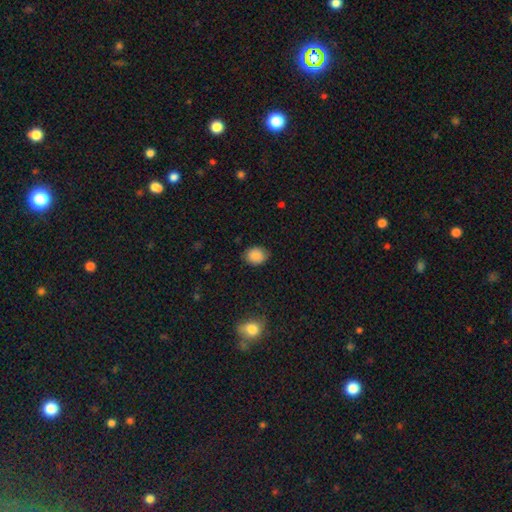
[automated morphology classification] A smooth galaxy with no disk features (87%) that is round (62%). Merging: none (83%).